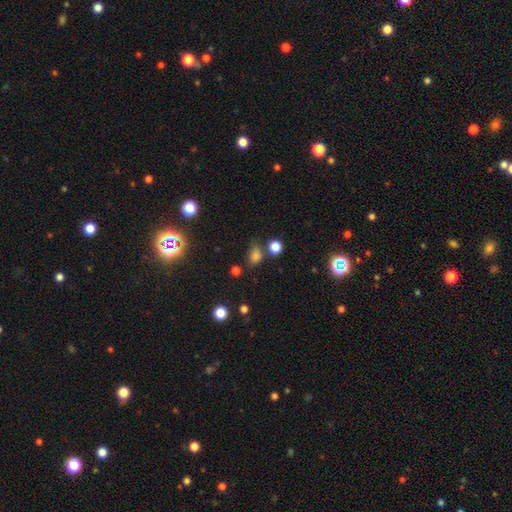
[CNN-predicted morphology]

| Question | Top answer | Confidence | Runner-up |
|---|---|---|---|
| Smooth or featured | smooth | 74% | star or artifact (20%) |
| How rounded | in between | 56% | round (42%) |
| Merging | none | 58% | minor disturbance (22%) |